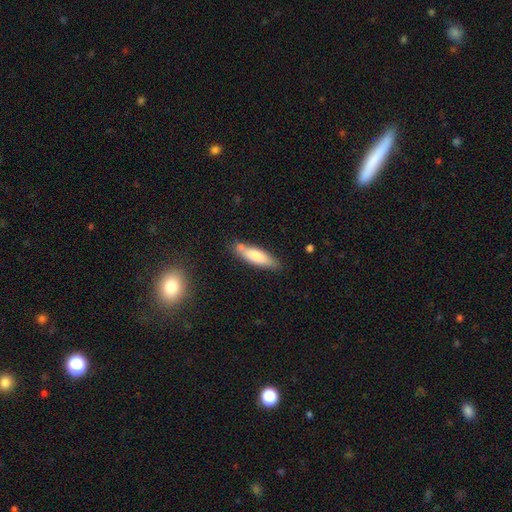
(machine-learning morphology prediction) smooth 76%, featured or disk 18%, star or artifact 6%. Down the decision tree: how rounded — cigar-shaped (62%); merging — none (70%).